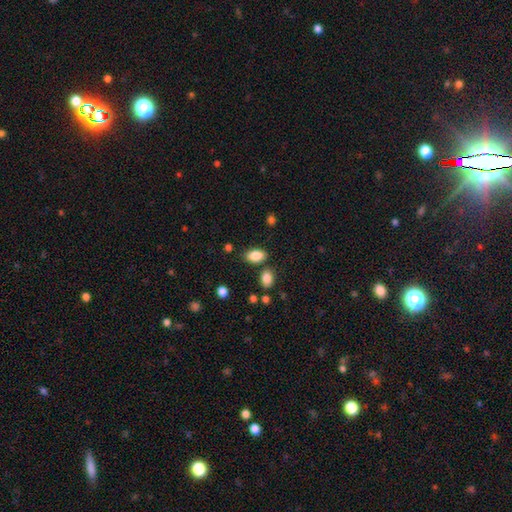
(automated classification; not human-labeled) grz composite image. It shows a smooth galaxy with no disk features (86%) that is in between round and cigar-shaped (90%). Merging: none (77%).